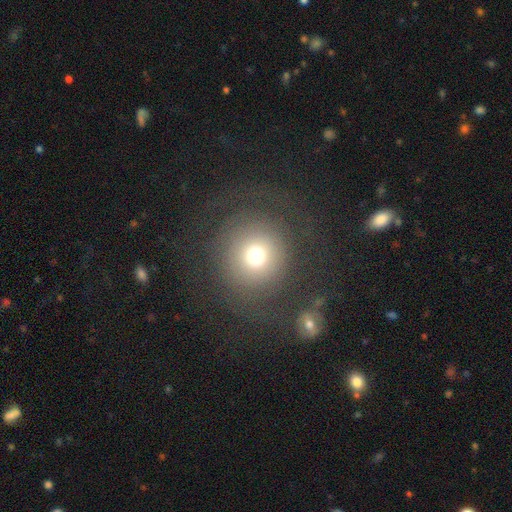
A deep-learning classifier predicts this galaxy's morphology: The model was most divided on "smooth or featured": smooth: 66%, featured or disk: 20%, star or artifact: 15%. More confident: how rounded — round (93%); merging — none (67%).